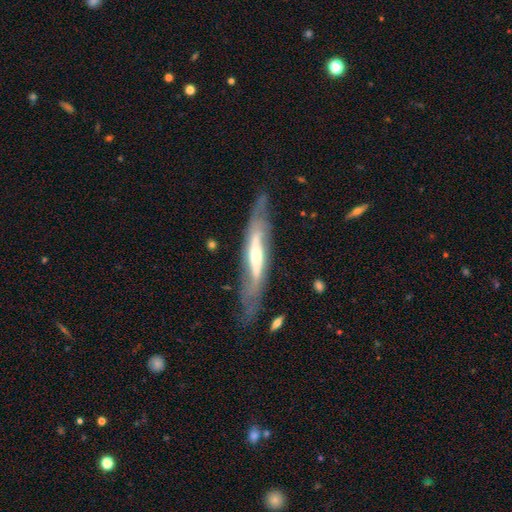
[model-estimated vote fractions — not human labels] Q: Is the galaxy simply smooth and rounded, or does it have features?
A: featured or disk — 75%.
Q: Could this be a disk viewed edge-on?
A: no — 52%.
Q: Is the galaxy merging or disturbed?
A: none — 68%.